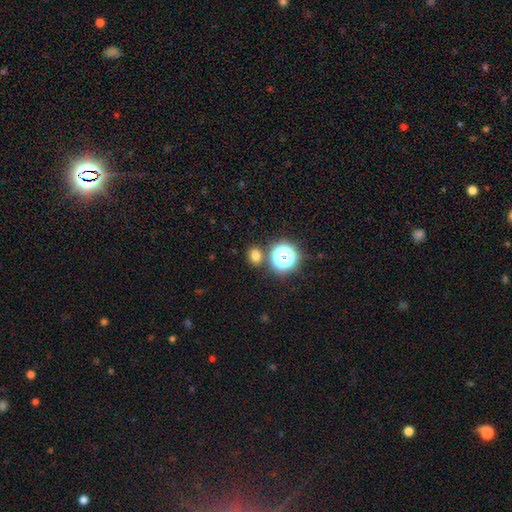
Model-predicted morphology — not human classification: smooth_or_featured: smooth (p=0.72) [alt: star or artifact p=0.22]
how_rounded: round (p=0.60) [alt: in between p=0.38]
merging: none (p=0.80) [alt: minor disturbance p=0.08]